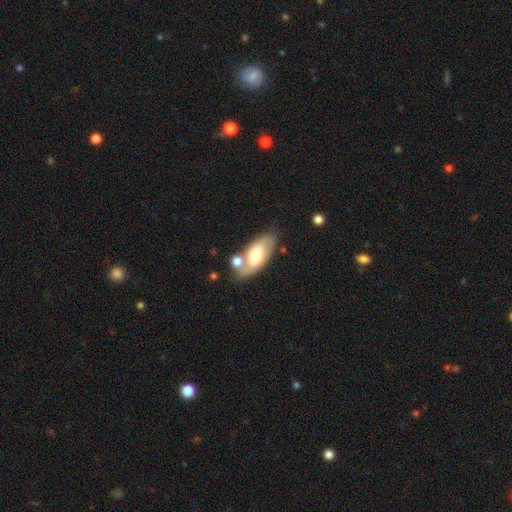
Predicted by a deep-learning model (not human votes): This appears to be a smooth galaxy with no disk features (55%) that is in between round and cigar-shaped (87%). Merging: none (58%).